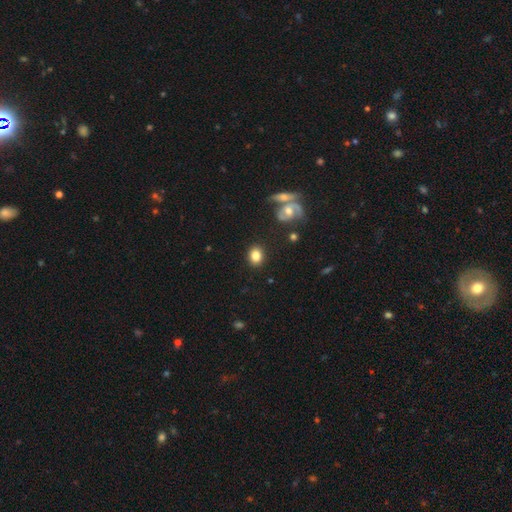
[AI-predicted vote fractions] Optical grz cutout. It shows a smooth galaxy with no disk features (83%) that is in between round and cigar-shaped (50%). Merging: none (86%).